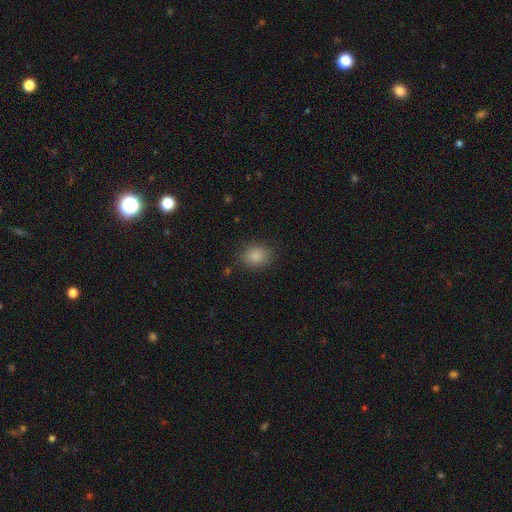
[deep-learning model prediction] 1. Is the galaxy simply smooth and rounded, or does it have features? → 86% smooth, 9% star or artifact, 4% featured or disk.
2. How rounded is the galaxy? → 51% round, 48% in between, 1% cigar-shaped.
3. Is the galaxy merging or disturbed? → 85% none, 10% minor disturbance, 4% major disturbance, 1% merger.